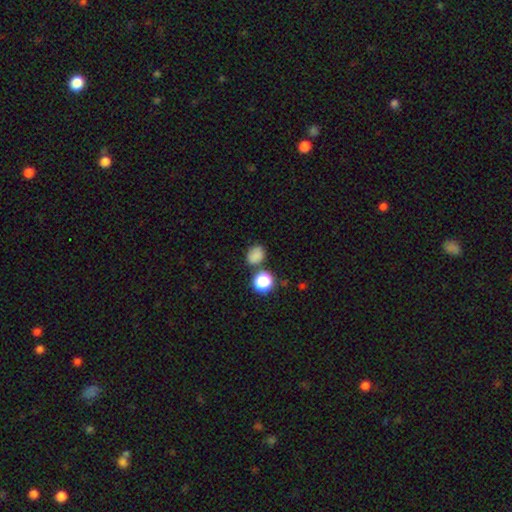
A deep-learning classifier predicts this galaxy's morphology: Smooth or featured? smooth (81%)
How rounded? round (55%)
Merging? none (70%)